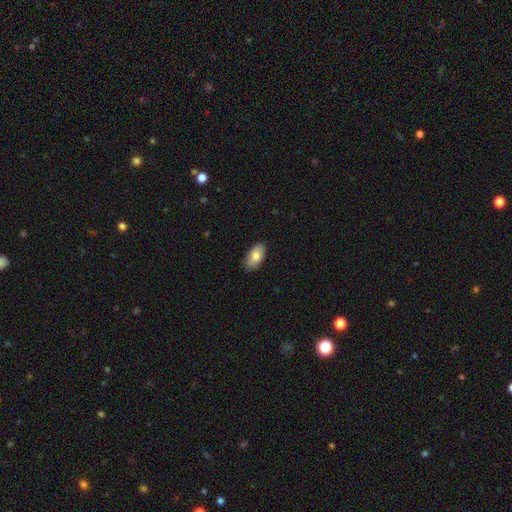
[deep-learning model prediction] Smooth or featured: smooth — 80% (featured or disk — 14%)
How rounded: in between — 93% (cigar-shaped — 4%)
Merging: none — 88% (minor disturbance — 9%)